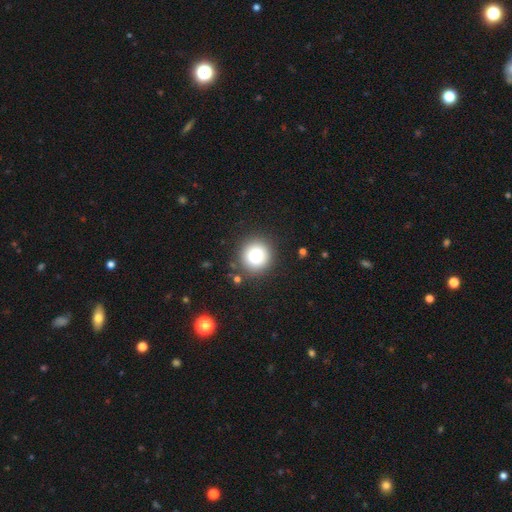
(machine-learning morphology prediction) Overall: smooth (78%). How rounded: round (91%). Merging: none (88%).